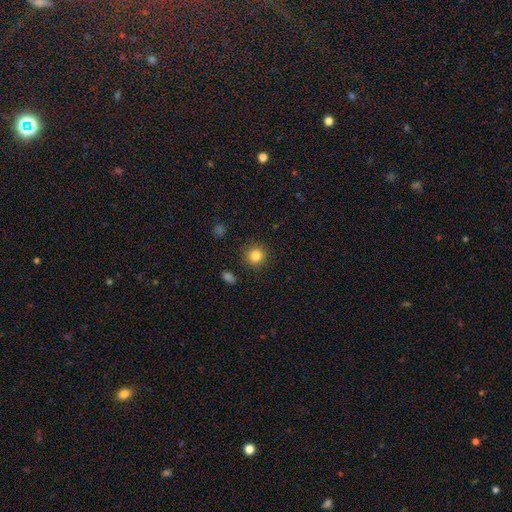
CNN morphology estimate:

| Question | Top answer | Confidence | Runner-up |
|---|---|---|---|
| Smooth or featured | smooth | 84% | star or artifact (11%) |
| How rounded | round | 93% | in between (6%) |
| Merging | none | 90% | minor disturbance (6%) |